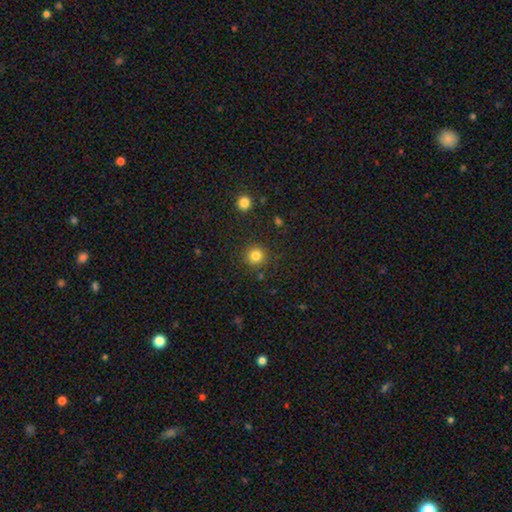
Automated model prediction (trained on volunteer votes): Smooth or featured? smooth (83%)
How rounded? round (94%)
Merging? none (88%)